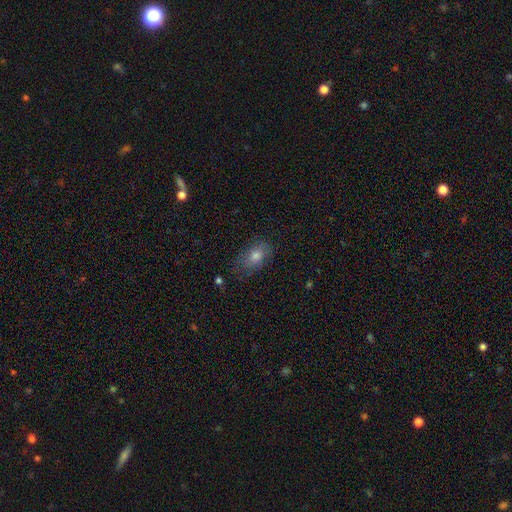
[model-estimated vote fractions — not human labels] Overall: smooth (69%). How rounded: in between (84%). Merging: none (71%).